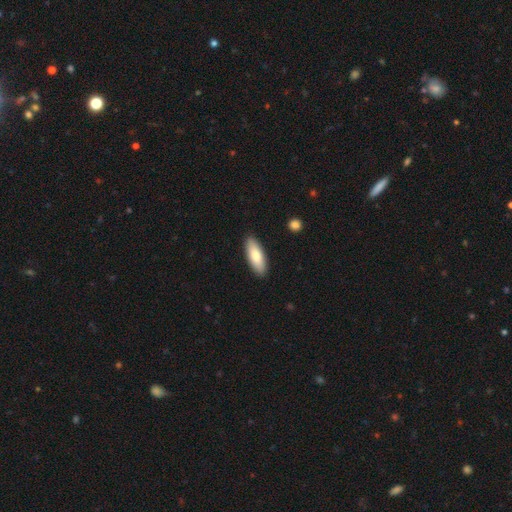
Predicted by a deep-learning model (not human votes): This appears to be a smooth galaxy with no disk features (79%) that is in between round and cigar-shaped (71%). Merging: none (90%).